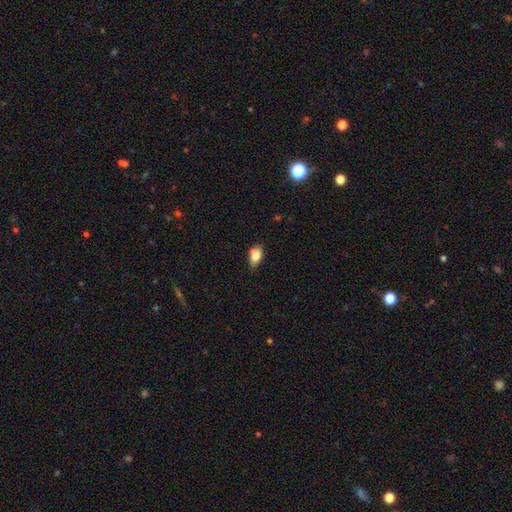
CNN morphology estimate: Smooth or featured? smooth (81%)
How rounded? in between (89%)
Merging? none (62%)